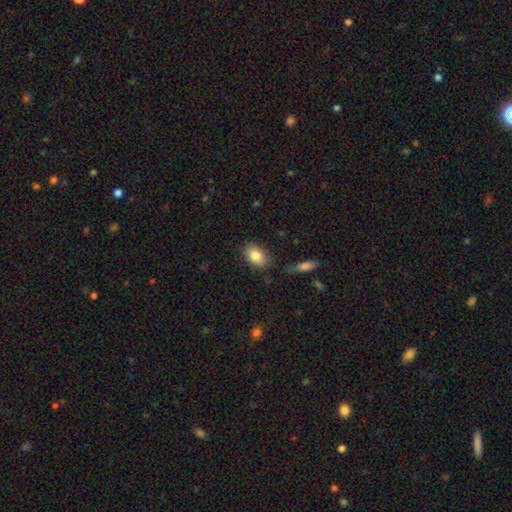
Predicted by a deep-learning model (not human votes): Q: Smooth or featured?
A: smooth (84%); runner-up: featured or disk (8%)
Q: How rounded?
A: in between (85%); runner-up: round (14%)
Q: Merging?
A: none (81%); runner-up: minor disturbance (13%)